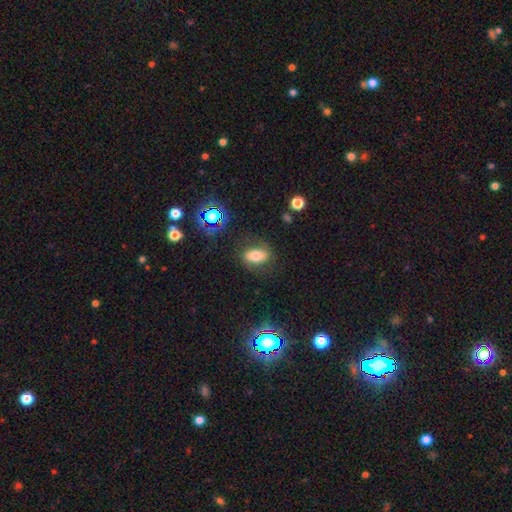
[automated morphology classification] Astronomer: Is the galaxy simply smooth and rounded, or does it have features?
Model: smooth — 58%.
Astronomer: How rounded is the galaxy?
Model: in between — 79%.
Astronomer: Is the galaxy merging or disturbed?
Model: none — 74%.